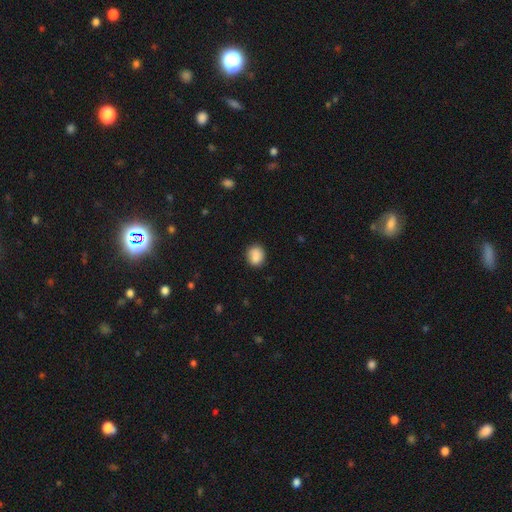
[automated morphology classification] smooth_or_featured: smooth (p=0.88) [alt: star or artifact p=0.08]
how_rounded: round (p=0.61) [alt: in between p=0.38]
merging: none (p=0.82) [alt: minor disturbance p=0.14]